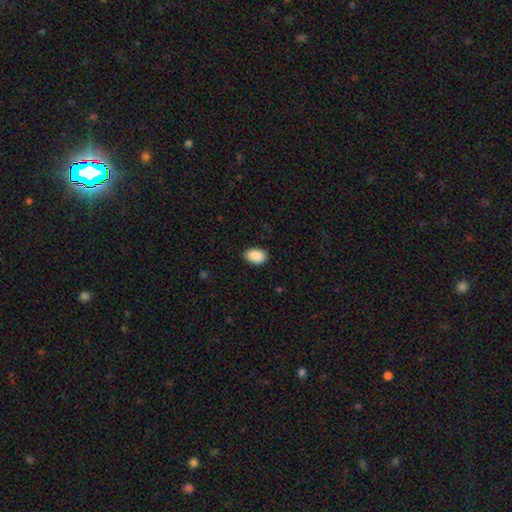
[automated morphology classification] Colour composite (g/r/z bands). It shows a smooth galaxy with no disk features (91%) that is in between round and cigar-shaped (87%). Merging: none (87%).